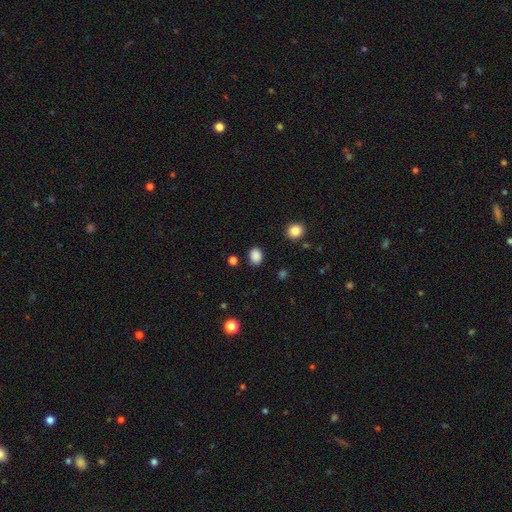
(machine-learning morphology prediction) Smooth or featured: smooth — 87% (star or artifact — 11%)
How rounded: in between — 57% (round — 42%)
Merging: none — 85% (minor disturbance — 10%)